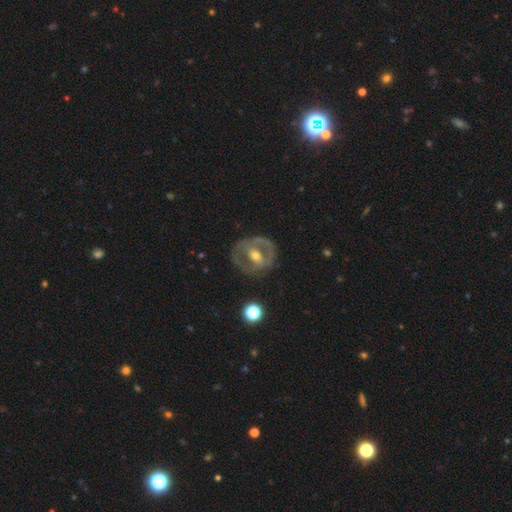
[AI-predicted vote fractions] This appears to be a featured or disk galaxy (72%) with a strong bar (36%), no spiral arms (65%) and a moderate central bulge (65%). Merging: none (71%).